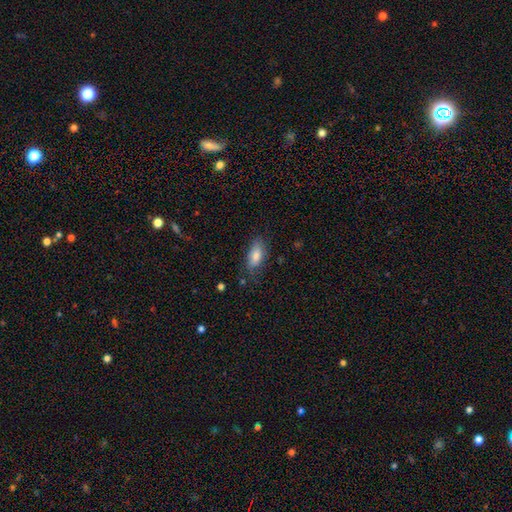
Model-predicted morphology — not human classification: Overall: smooth (78%). How rounded: in between (82%). Merging: none (72%).